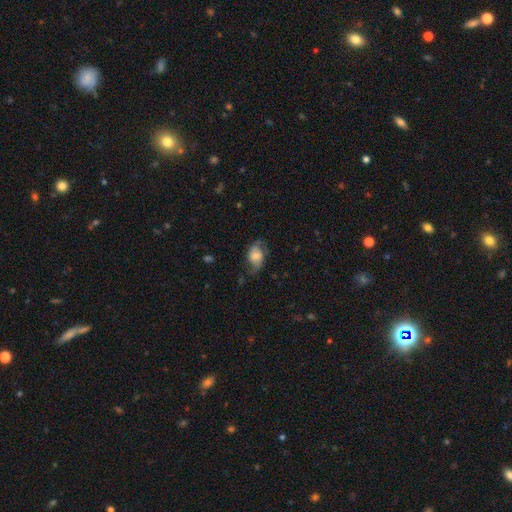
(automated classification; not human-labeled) Smooth or featured: smooth — 55% (featured or disk — 36%)
How rounded: in between — 79% (round — 19%)
Merging: none — 50% (minor disturbance — 30%)